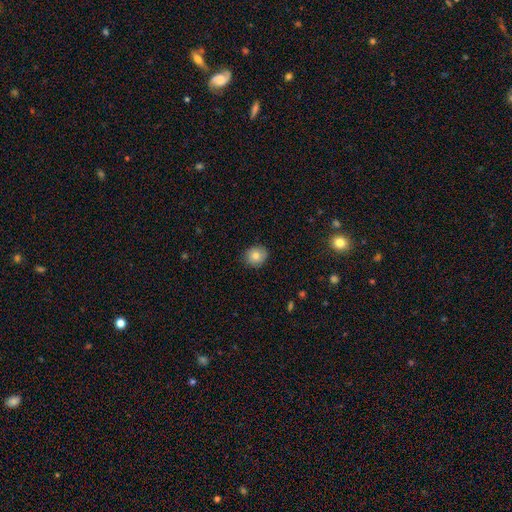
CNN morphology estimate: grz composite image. It shows a smooth galaxy with no disk features (78%) that is round (75%). Merging: none (85%).